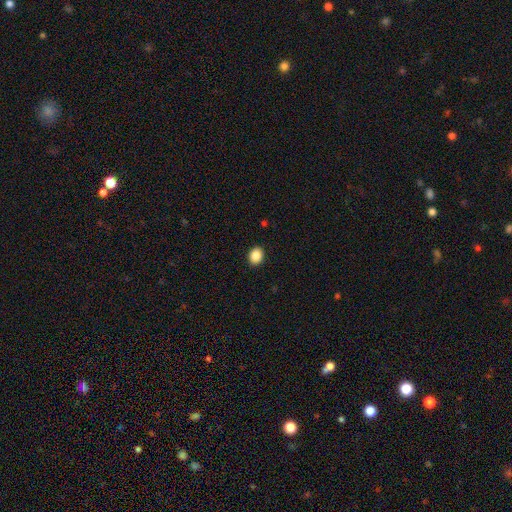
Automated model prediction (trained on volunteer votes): The model was most divided on "how rounded": in between: 51%, round: 48%, cigar-shaped: 1%. More confident: merging — none (91%); smooth or featured — smooth (87%).